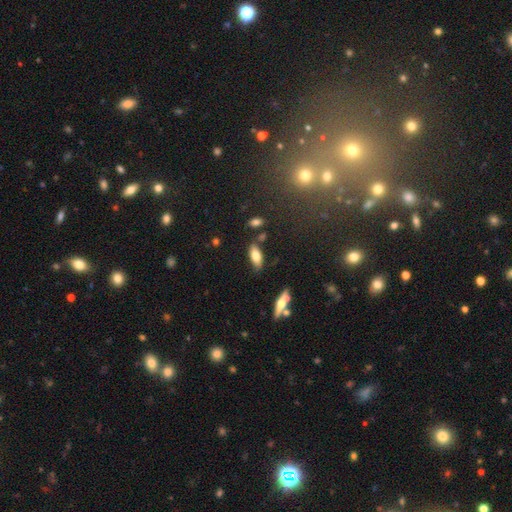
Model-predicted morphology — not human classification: This appears to be a smooth galaxy with no disk features (75%) that is in between round and cigar-shaped (80%). Merging: none (75%).